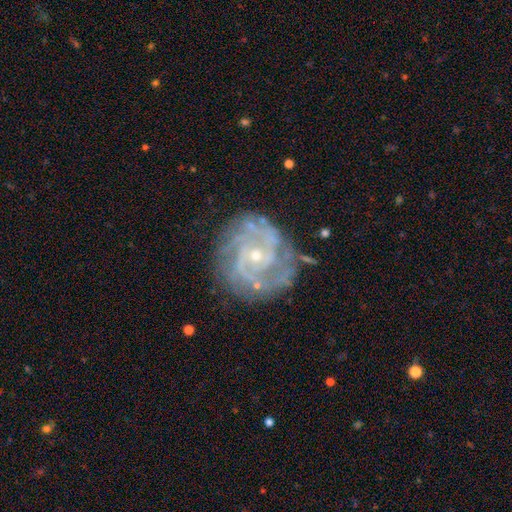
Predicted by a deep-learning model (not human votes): Smooth or featured? Predicted: featured or disk (p=0.89). Edge-on disk? Predicted: no (p=0.98). Bar? Predicted: no (p=0.62). Spiral arms? Predicted: yes (p=0.97). Spiral winding? Predicted: tight (p=0.60). Spiral arm count? Predicted: 2 (p=0.44). Bulge size? Predicted: small (p=0.66). Merging? Predicted: none (p=0.75).